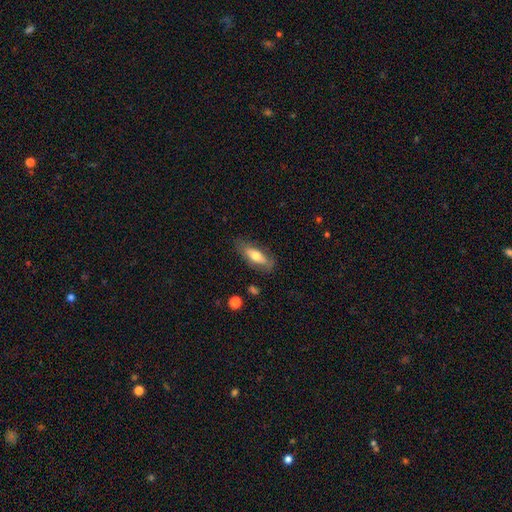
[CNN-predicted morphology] The model was most divided on "smooth or featured": smooth: 63%, featured or disk: 31%, star or artifact: 6%. More confident: merging — none (74%); how rounded — in between (68%).